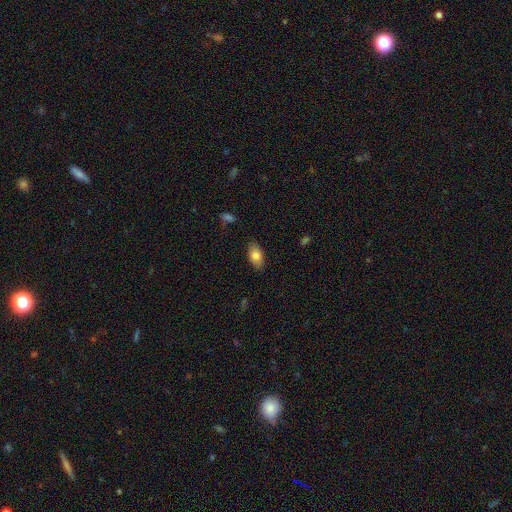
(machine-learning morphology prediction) type=smooth (80%); roundness=in between (92%); merging=none (85%).